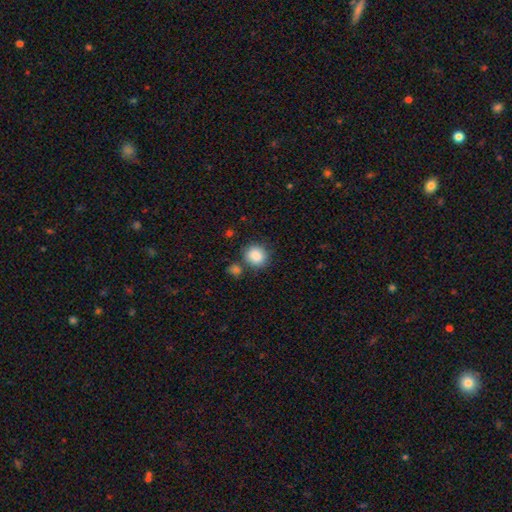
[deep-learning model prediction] Smooth or featured: smooth — 88% (star or artifact — 8%)
How rounded: round — 86% (in between — 13%)
Merging: none — 76% (merger — 11%)